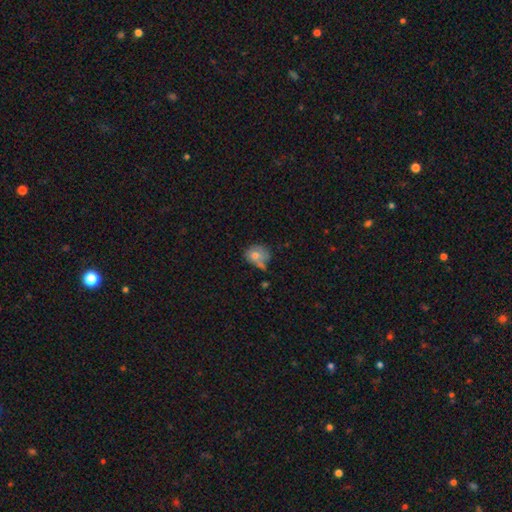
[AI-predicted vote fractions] A smooth galaxy with no disk features (70%) that is round (61%).

Vote fractions:
- Smooth or featured? smooth: 70% / featured or disk: 20% / star or artifact: 10%
- How rounded? round: 61% / in between: 38% / cigar-shaped: 1%
- Merging? none: 44% / minor disturbance: 27% / merger: 18% / major disturbance: 11%